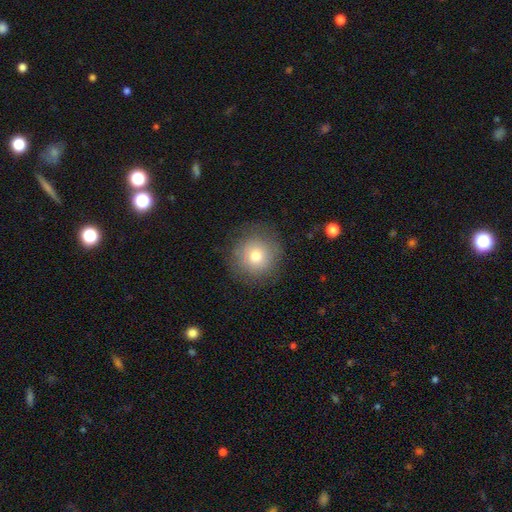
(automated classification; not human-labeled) This is likely a smooth galaxy (73%). How rounded: clearly round (93%). Merging: clearly none (83%).